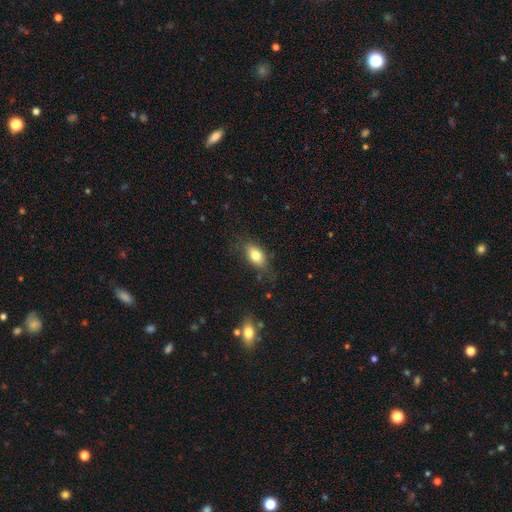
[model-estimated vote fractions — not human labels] Overall: smooth (78%). How rounded: in between (85%). Merging: none (73%).